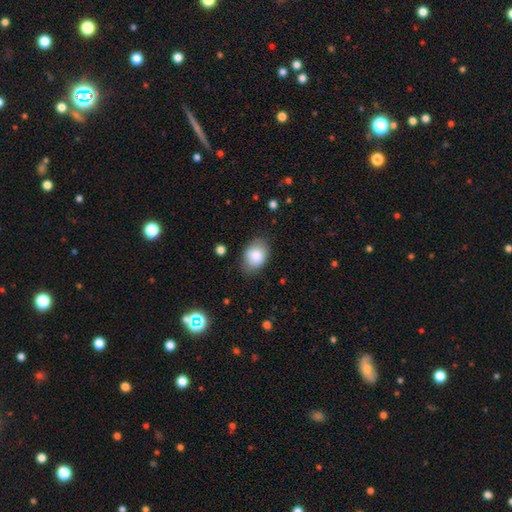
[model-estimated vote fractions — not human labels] Smooth or featured?
  - smooth: 85% *
  - featured or disk: 7%
  - star or artifact: 7%
How rounded?
  - in between: 76% *
  - round: 23%
  - cigar-shaped: 1%
Merging?
  - none: 77% *
  - minor disturbance: 17%
  - major disturbance: 4%
  - merger: 1%